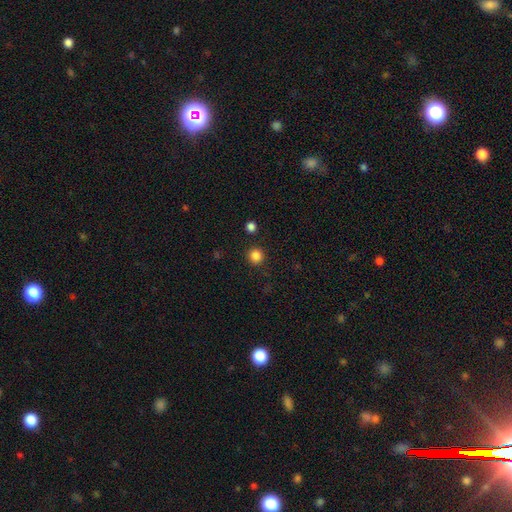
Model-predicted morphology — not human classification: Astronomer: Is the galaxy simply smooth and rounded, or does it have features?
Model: smooth — 85%.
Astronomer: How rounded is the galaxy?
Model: round — 94%.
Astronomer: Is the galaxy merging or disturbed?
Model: none — 90%.